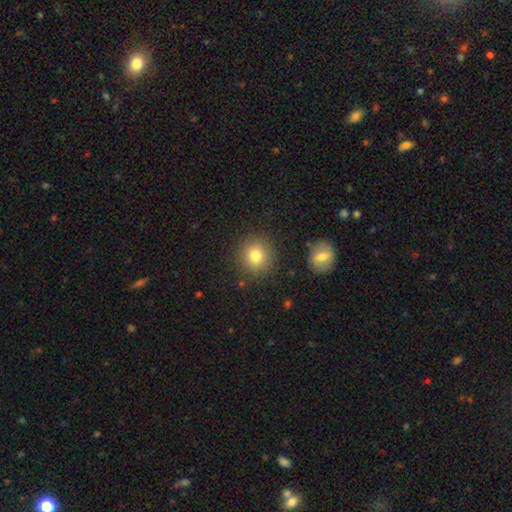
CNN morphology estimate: Overall: smooth (80%). How rounded: round (86%). Merging: none (86%).